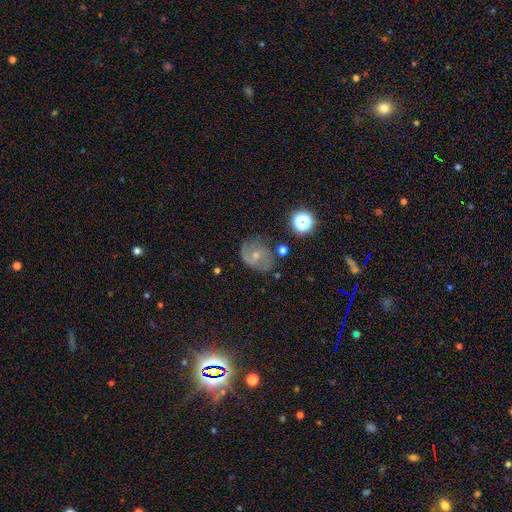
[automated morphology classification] Q: Smooth or featured?
A: featured or disk (65%); runner-up: smooth (23%)
Q: Edge-on disk?
A: no (97%); runner-up: yes (3%)
Q: Bar?
A: no (61%); runner-up: weak (33%)
Q: Spiral arms?
A: yes (87%); runner-up: no (13%)
Q: Spiral winding?
A: medium (46%); runner-up: tight (31%)
Q: Spiral arm count?
A: 2 (60%); runner-up: can't tell (18%)
Q: Bulge size?
A: small (64%); runner-up: moderate (32%)
Q: Merging?
A: none (62%); runner-up: minor disturbance (23%)